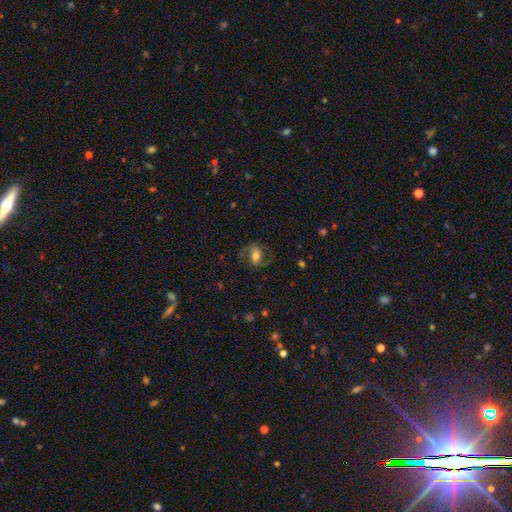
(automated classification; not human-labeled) smooth_or_featured: featured or disk (p=0.52) [alt: smooth p=0.38]
disk_edge_on: no (p=0.95) [alt: yes p=0.05]
merging: none (p=0.71) [alt: minor disturbance p=0.16]